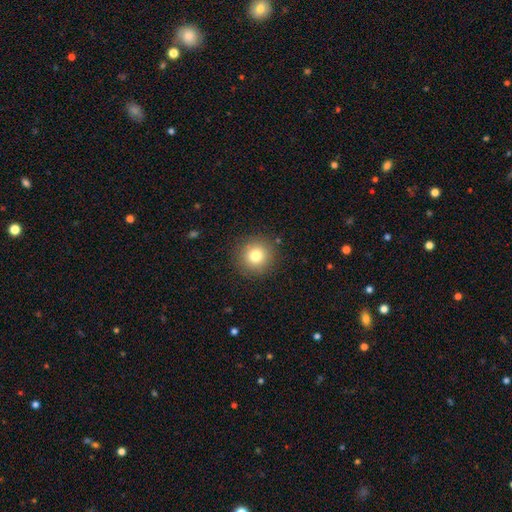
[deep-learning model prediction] Smooth or featured?
  - smooth: 79% *
  - star or artifact: 12%
  - featured or disk: 9%
How rounded?
  - round: 94% *
  - in between: 6%
  - cigar-shaped: 1%
Merging?
  - none: 89% *
  - minor disturbance: 7%
  - major disturbance: 3%
  - merger: 1%